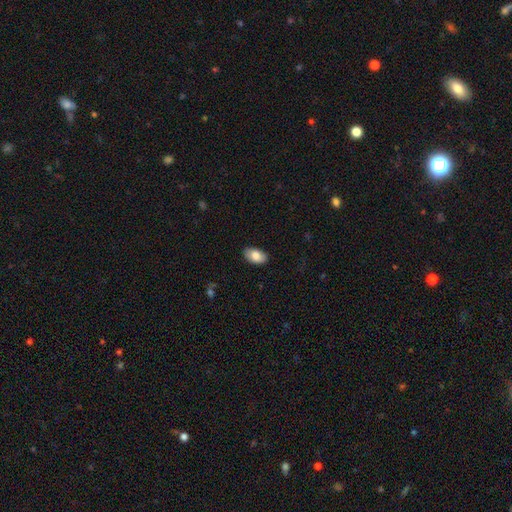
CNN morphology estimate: This is clearly a smooth galaxy (82%). How rounded: clearly in between (94%). Merging: clearly none (86%).